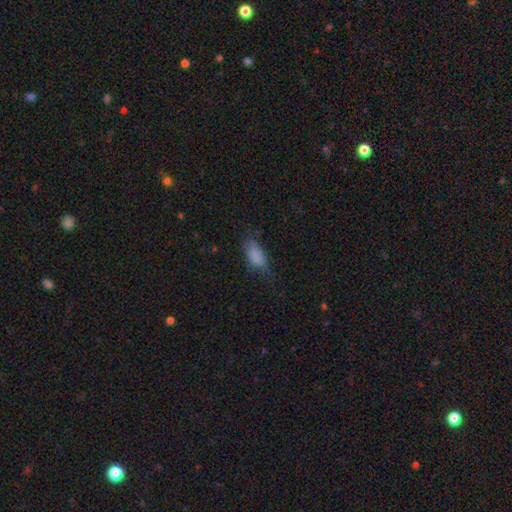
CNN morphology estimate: A smooth galaxy with no disk features (81%) that is in between round and cigar-shaped (87%). Merging: none (55%).